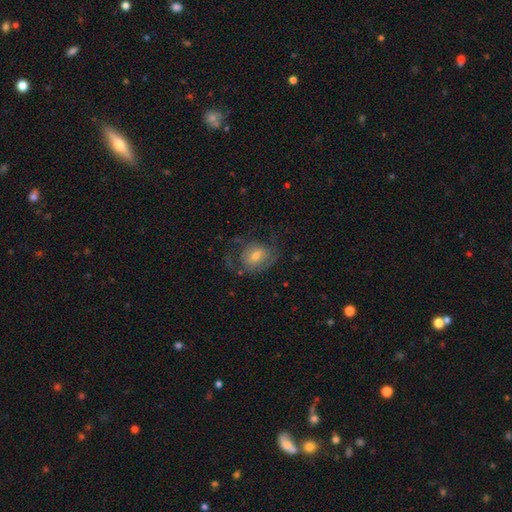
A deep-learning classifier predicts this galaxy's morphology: Smooth or featured?
  - smooth: 49% *
  - featured or disk: 42%
  - star or artifact: 8%
Merging?
  - none: 45% *
  - major disturbance: 30%
  - minor disturbance: 23%
  - merger: 2%